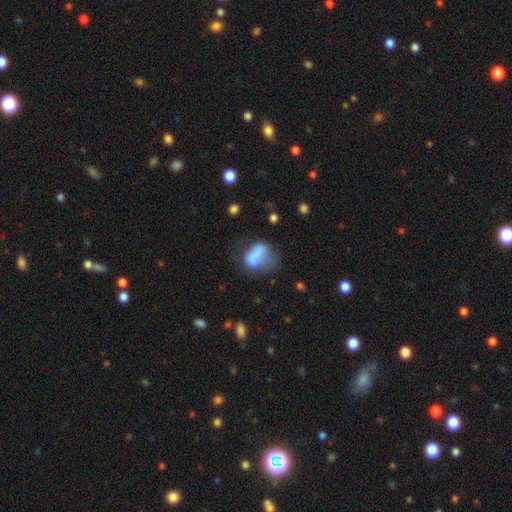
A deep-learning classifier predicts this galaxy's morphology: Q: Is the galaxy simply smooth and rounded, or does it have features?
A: smooth — 67%.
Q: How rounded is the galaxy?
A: in between — 76%.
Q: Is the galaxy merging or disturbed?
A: major disturbance — 33%.